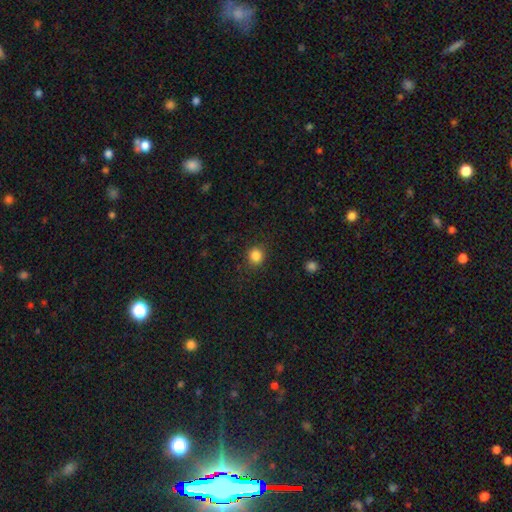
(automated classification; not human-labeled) Smooth or featured: smooth — 85% (star or artifact — 11%)
How rounded: round — 86% (in between — 14%)
Merging: none — 88% (minor disturbance — 8%)